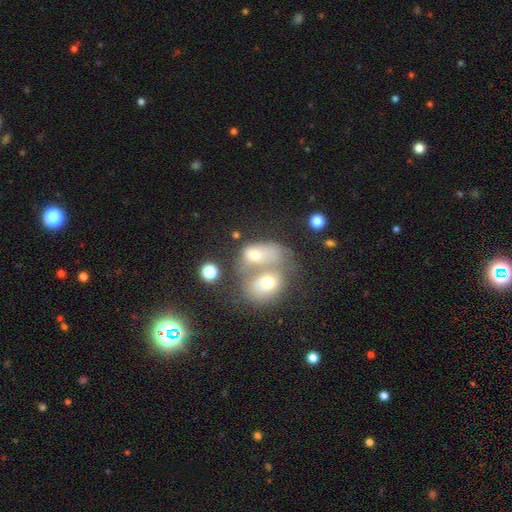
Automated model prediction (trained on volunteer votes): This is possibly a smooth galaxy (56%). How rounded: likely in between (69%). Merging: likely merger (69%).